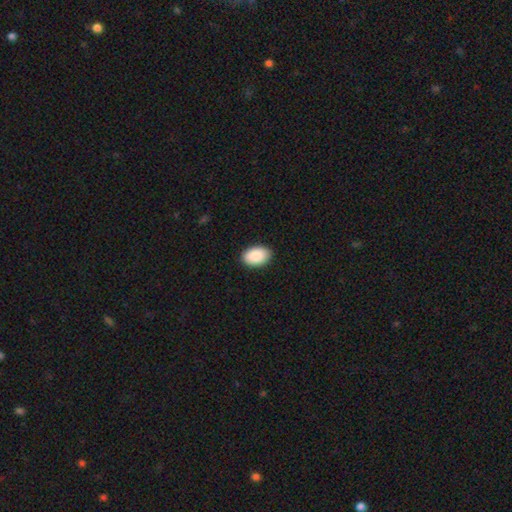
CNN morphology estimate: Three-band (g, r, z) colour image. It shows a smooth galaxy with no disk features (91%) that is in between round and cigar-shaped (92%). Merging: none (89%).